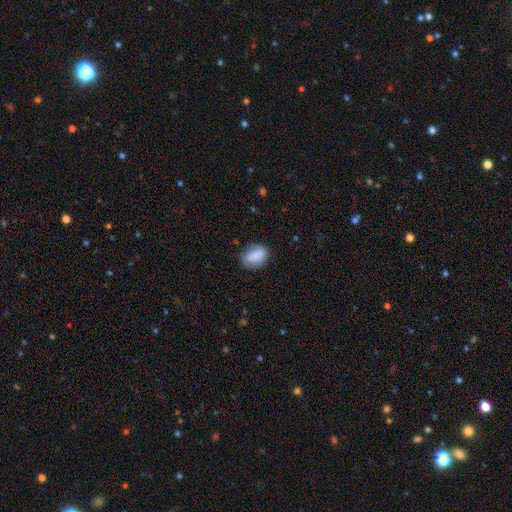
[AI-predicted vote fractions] This is clearly a smooth galaxy (85%). How rounded: likely in between (80%). Merging: likely none (70%).